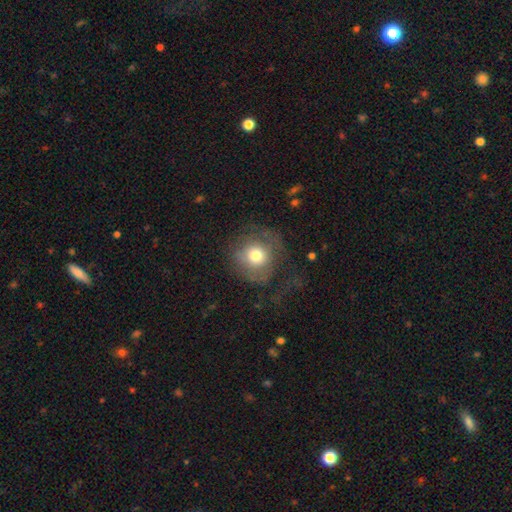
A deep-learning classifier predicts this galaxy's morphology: smooth_or_featured: smooth (p=0.64) [alt: featured or disk p=0.26]
how_rounded: round (p=0.86) [alt: in between p=0.13]
merging: none (p=0.46) [alt: major disturbance p=0.34]